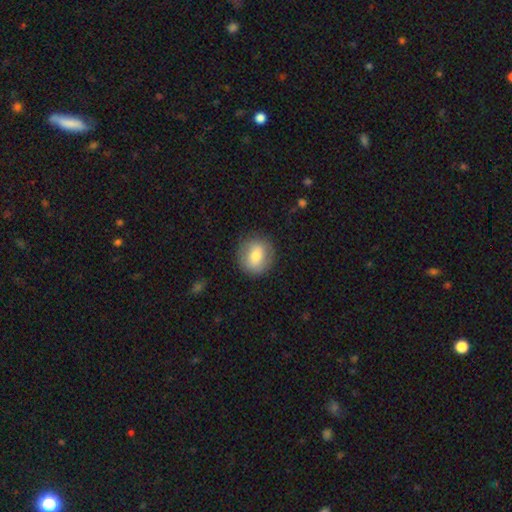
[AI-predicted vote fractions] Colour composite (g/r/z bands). It shows a smooth galaxy with no disk features (65%) that is round (85%). Merging: none (86%).